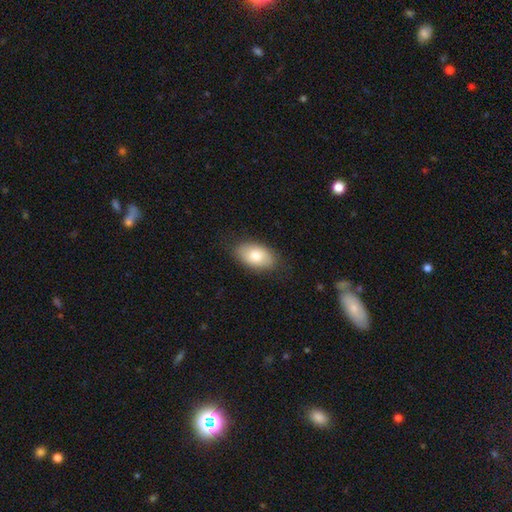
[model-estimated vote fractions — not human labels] A smooth galaxy with no disk features (78%) that is in between round and cigar-shaped (92%). Merging: none (82%).